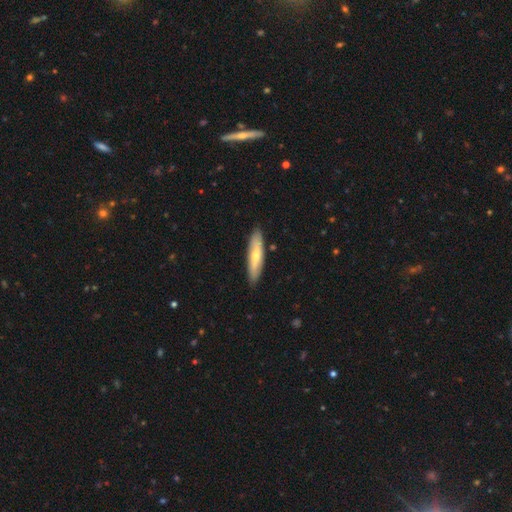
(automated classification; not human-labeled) Smooth or featured? Predicted: smooth (p=0.60). How rounded? Predicted: cigar-shaped (p=0.73). Merging? Predicted: none (p=0.88).